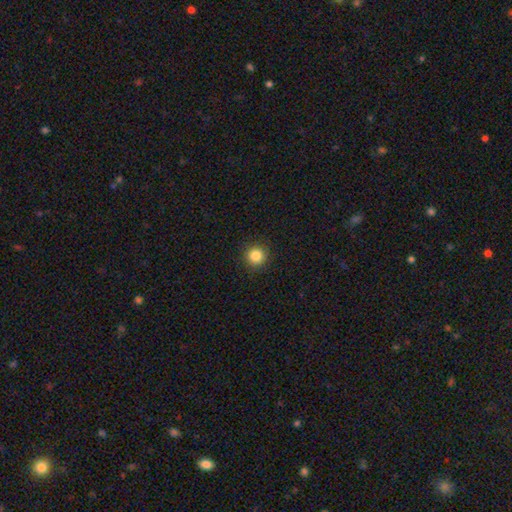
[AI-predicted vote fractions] The model was most divided on "smooth or featured": smooth: 85%, star or artifact: 11%, featured or disk: 4%. More confident: how rounded — round (95%); merging — none (92%).